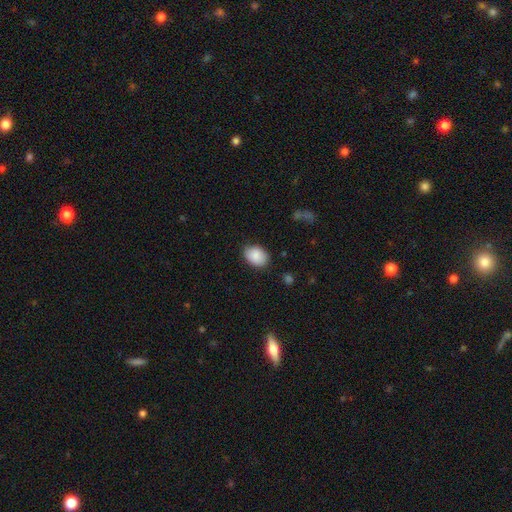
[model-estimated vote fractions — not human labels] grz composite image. It shows a smooth galaxy with no disk features (87%) that is in between round and cigar-shaped (73%). Merging: none (81%).